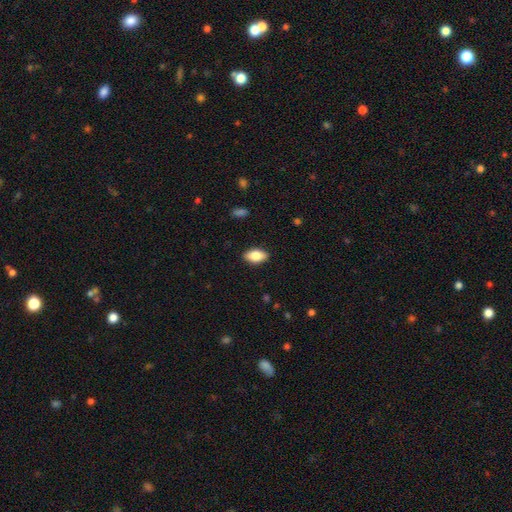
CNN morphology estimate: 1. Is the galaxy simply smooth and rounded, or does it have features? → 81% smooth, 12% featured or disk, 7% star or artifact.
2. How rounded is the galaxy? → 91% in between, 5% cigar-shaped, 4% round.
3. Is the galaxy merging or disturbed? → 88% none, 9% minor disturbance, 2% major disturbance, 1% merger.